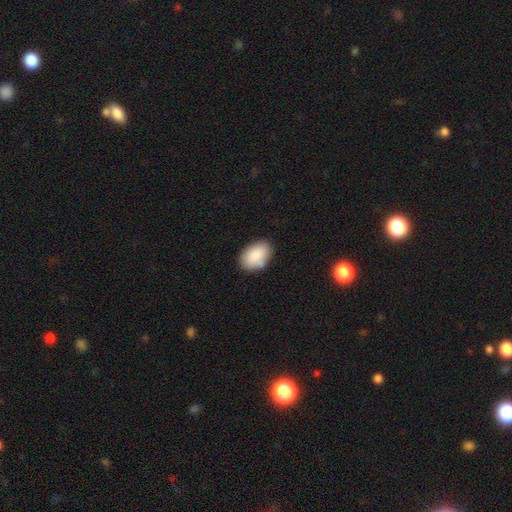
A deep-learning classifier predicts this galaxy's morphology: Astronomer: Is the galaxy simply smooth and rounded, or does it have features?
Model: smooth — 88%.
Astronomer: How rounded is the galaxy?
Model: in between — 88%.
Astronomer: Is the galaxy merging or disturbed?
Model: none — 81%.